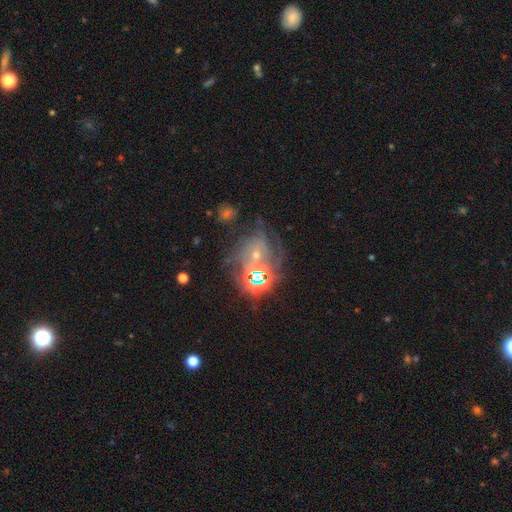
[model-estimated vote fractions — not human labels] Smooth or featured? featured or disk (52%)
Edge-on disk? no (96%)
Merging? none (54%)